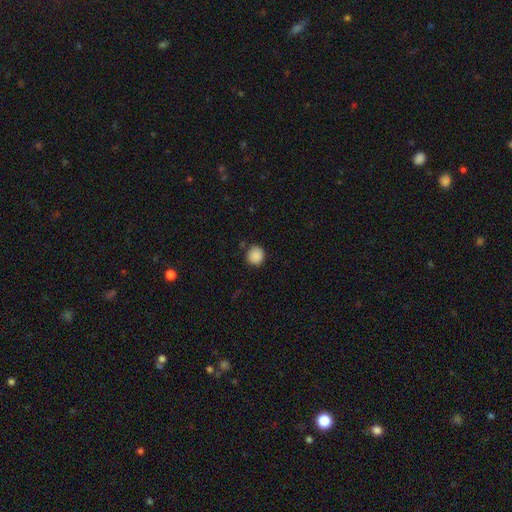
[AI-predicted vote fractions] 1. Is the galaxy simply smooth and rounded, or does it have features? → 88% smooth, 9% star or artifact, 3% featured or disk.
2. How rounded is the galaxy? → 87% round, 12% in between, 1% cigar-shaped.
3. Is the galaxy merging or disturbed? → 85% none, 10% minor disturbance, 3% major disturbance, 3% merger.